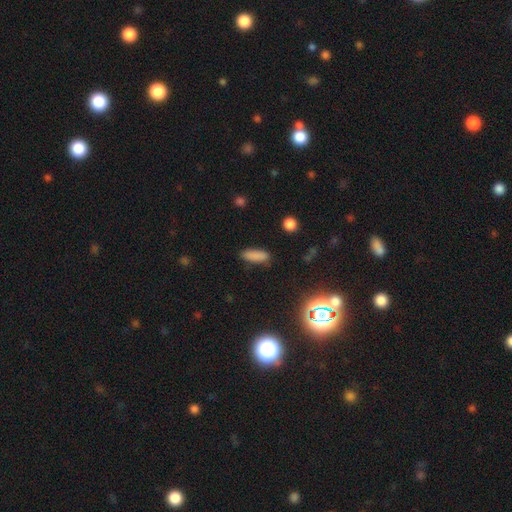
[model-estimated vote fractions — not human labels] A smooth galaxy with no disk features (84%) that is in between round and cigar-shaped (61%). Merging: none (84%).